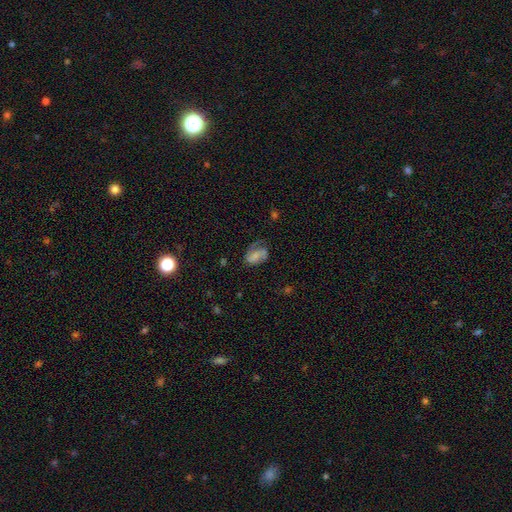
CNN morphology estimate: Q: Smooth or featured?
A: featured or disk (48%); runner-up: smooth (42%)
Q: Merging?
A: none (41%); runner-up: major disturbance (29%)